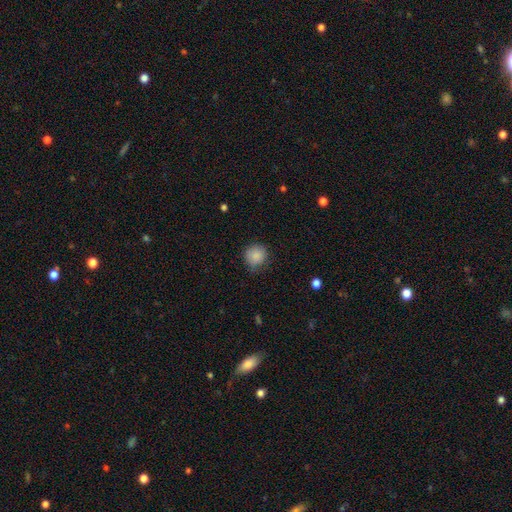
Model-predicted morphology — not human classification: This is clearly a smooth galaxy (87%). How rounded: clearly round (91%). Merging: likely none (78%).